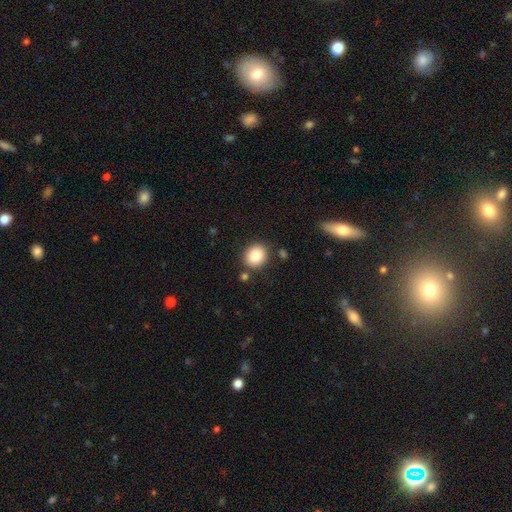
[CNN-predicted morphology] Smooth or featured?
  - smooth: 87% *
  - star or artifact: 9%
  - featured or disk: 5%
How rounded?
  - round: 68% *
  - in between: 31%
  - cigar-shaped: 1%
Merging?
  - none: 83% *
  - minor disturbance: 10%
  - merger: 5%
  - major disturbance: 3%